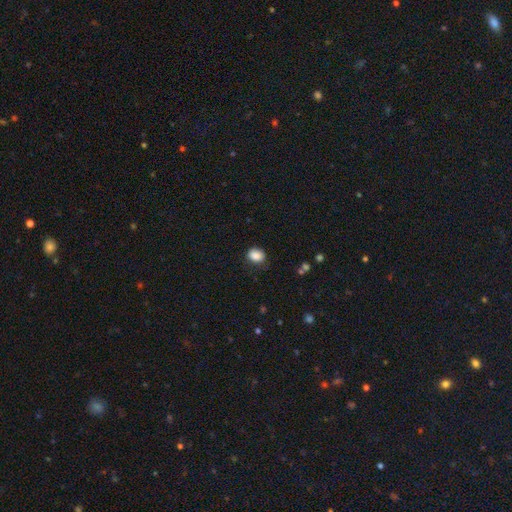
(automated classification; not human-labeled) smooth-or-featured: smooth: 87% | star or artifact: 9% | featured or disk: 4%
  how-rounded: in between: 57% | round: 42% | cigar-shaped: 1%
  merging: none: 77% | minor disturbance: 17% | major disturbance: 4% | merger: 1%